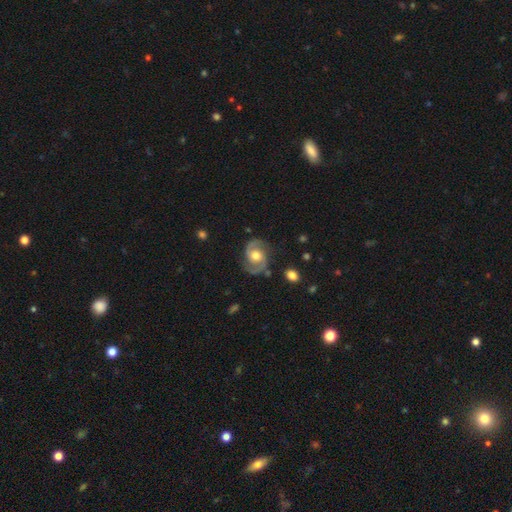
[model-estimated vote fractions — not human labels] A featured or disk galaxy (88%) with no bar (62%), 2 (94%) medium (58%) spiral arms (96%) and a moderate central bulge (72%).

Vote fractions:
- Smooth or featured? featured or disk: 88% / smooth: 7% / star or artifact: 5%
- Edge-on disk? no: 98% / yes: 2%
- Bar? no: 62% / weak: 31% / strong: 8%
- Spiral arms? yes: 96% / no: 4%
- Spiral winding? medium: 58% / tight: 25% / loose: 16%
- Spiral arm count? 2: 94% / can't tell: 2% / 1: 1% / 3: 1% / 4: 1% / more than 4: 1%
- Bulge size? moderate: 72% / large: 17% / small: 9% / none: 1% / dominant: 1%
- Merging? none: 81% / minor disturbance: 13% / major disturbance: 4% / merger: 2%